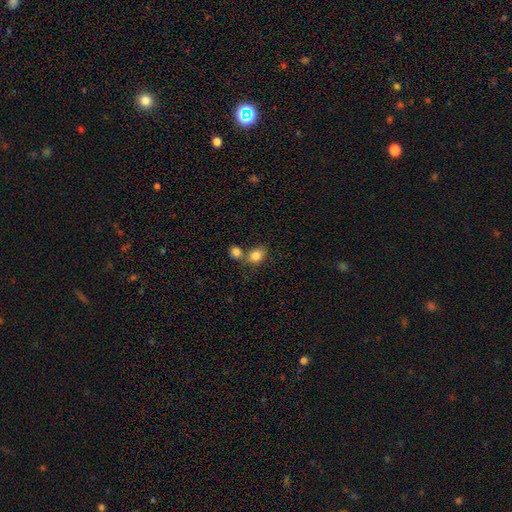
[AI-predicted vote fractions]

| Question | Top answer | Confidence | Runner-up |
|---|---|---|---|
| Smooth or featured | smooth | 83% | star or artifact (10%) |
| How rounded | in between | 53% | round (46%) |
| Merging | none | 52% | merger (32%) |